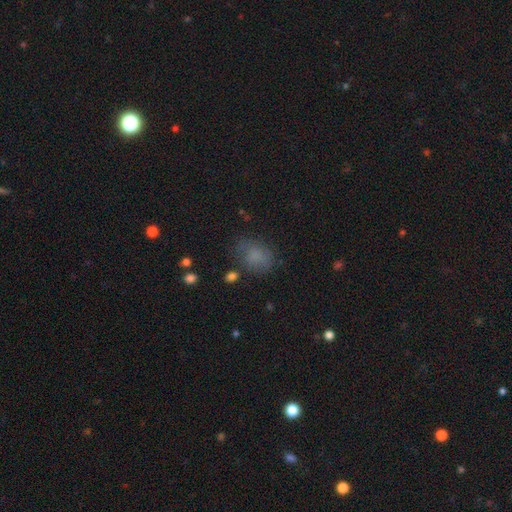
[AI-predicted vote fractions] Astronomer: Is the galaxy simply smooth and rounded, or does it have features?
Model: smooth — 74%.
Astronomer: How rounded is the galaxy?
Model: in between — 60% (runner-up: round, 39%).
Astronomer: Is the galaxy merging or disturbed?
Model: none — 63%.